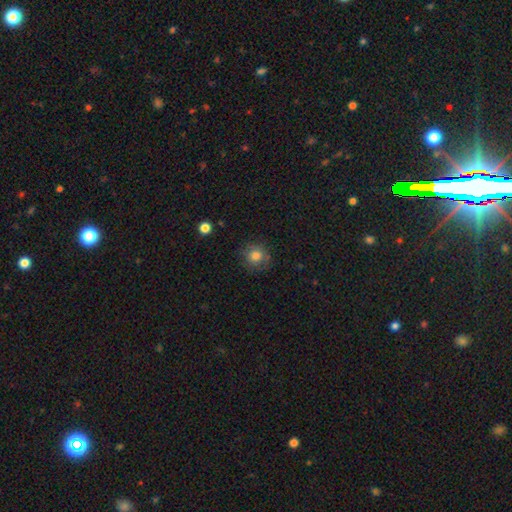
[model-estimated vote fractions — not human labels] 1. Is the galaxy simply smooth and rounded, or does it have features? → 80% smooth, 11% star or artifact, 9% featured or disk.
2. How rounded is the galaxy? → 91% round, 8% in between, 1% cigar-shaped.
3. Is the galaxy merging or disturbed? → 80% none, 14% minor disturbance, 4% major disturbance, 1% merger.